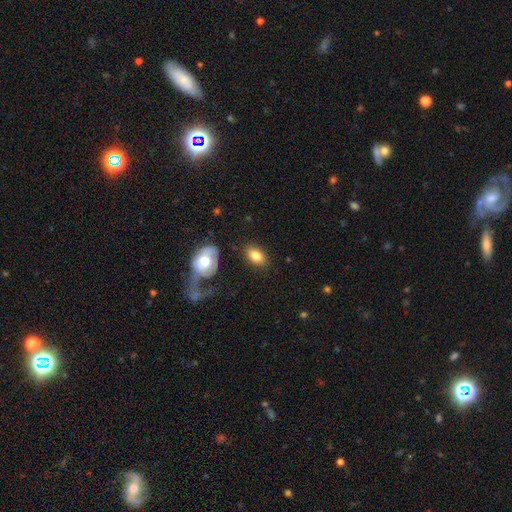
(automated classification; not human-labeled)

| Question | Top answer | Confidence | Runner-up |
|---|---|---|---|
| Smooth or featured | smooth | 79% | featured or disk (13%) |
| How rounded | in between | 89% | round (10%) |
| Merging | none | 80% | minor disturbance (11%) |